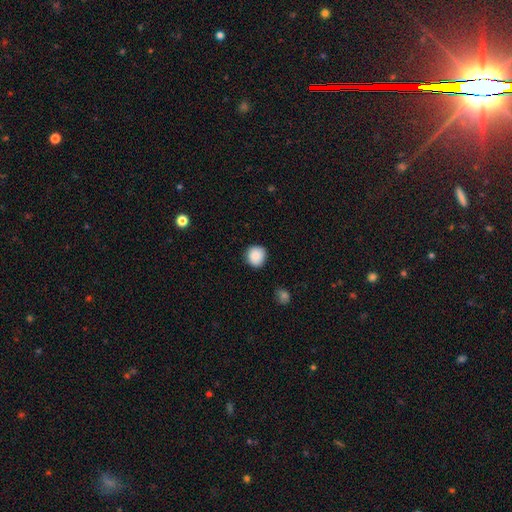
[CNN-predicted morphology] This is clearly a smooth galaxy (89%). How rounded: clearly round (91%). Merging: clearly none (86%).